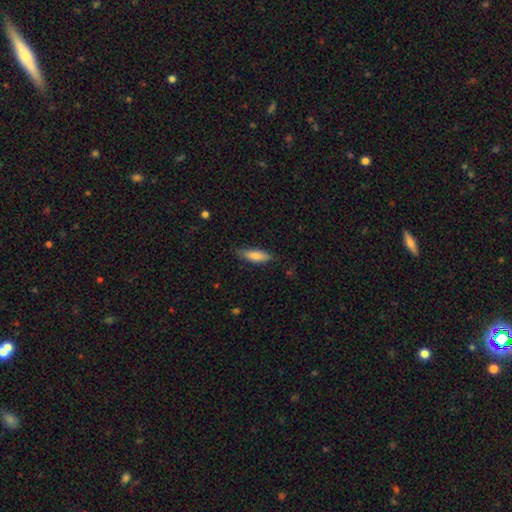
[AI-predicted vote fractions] Smooth or featured?
  - smooth: 82% *
  - featured or disk: 12%
  - star or artifact: 6%
How rounded?
  - in between: 54% *
  - cigar-shaped: 45%
  - round: 2%
Merging?
  - none: 74% *
  - minor disturbance: 21%
  - major disturbance: 4%
  - merger: 1%